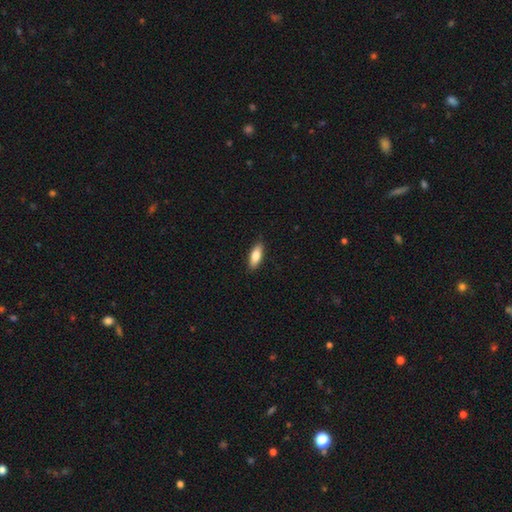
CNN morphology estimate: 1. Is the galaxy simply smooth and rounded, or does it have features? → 79% smooth, 15% featured or disk, 6% star or artifact.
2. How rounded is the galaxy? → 66% in between, 32% cigar-shaped, 2% round.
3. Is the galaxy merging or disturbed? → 88% none, 9% minor disturbance, 2% major disturbance, 1% merger.